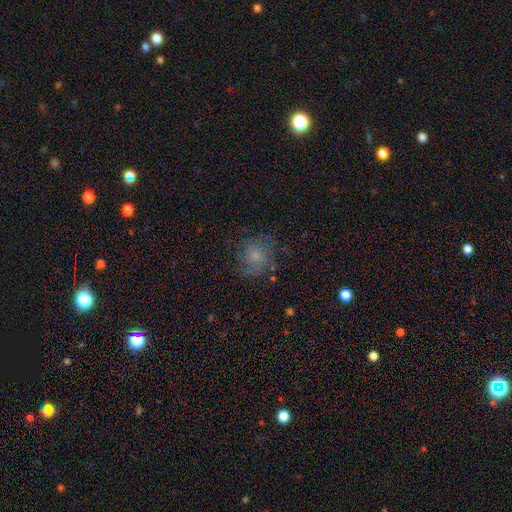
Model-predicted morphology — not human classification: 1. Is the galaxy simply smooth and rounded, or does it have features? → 54% smooth, 32% featured or disk, 14% star or artifact.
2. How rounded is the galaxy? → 81% round, 18% in between, 1% cigar-shaped.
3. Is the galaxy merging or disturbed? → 67% none, 19% minor disturbance, 12% major disturbance, 2% merger.